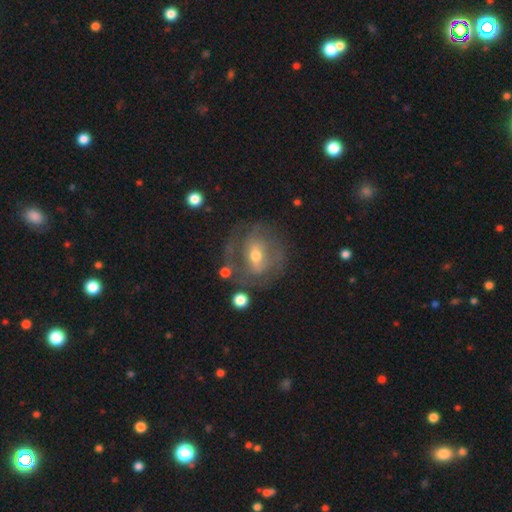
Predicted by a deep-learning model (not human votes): Q: Smooth or featured?
A: featured or disk (68%); runner-up: smooth (23%)
Q: Edge-on disk?
A: no (93%); runner-up: yes (7%)
Q: Bar?
A: weak (40%); runner-up: no (31%)
Q: Spiral arms?
A: yes (60%); runner-up: no (40%)
Q: Bulge size?
A: moderate (55%); runner-up: small (40%)
Q: Merging?
A: none (64%); runner-up: minor disturbance (19%)